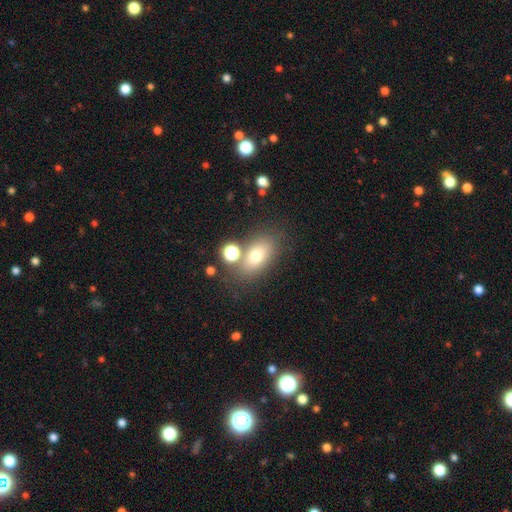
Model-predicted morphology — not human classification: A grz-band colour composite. It shows a smooth galaxy with no disk features (72%) that is in between round and cigar-shaped (82%). Merging: none (68%).